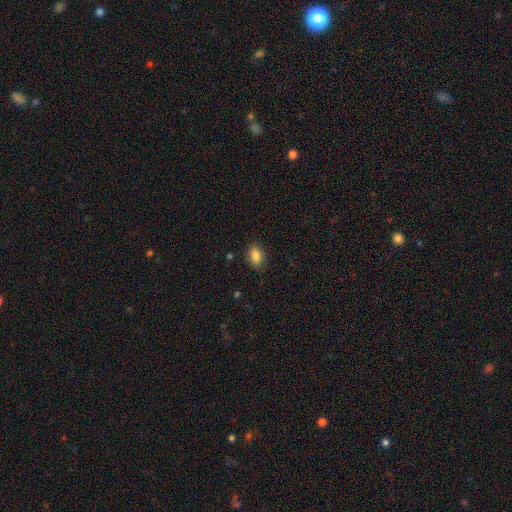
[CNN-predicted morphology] smooth-or-featured: smooth: 85% | star or artifact: 9% | featured or disk: 6%
  how-rounded: in between: 83% | round: 16% | cigar-shaped: 2%
  merging: none: 87% | minor disturbance: 9% | major disturbance: 2% | merger: 1%